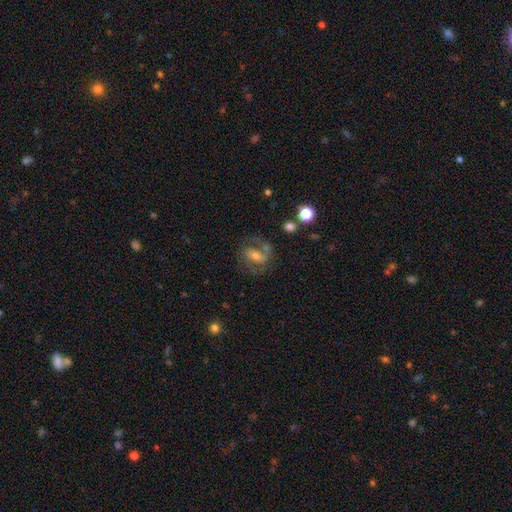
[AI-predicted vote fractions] Smooth or featured? Predicted: featured or disk (p=0.73). Edge-on disk? Predicted: no (p=0.96). Bar? Predicted: weak (p=0.42). Spiral arms? Predicted: yes (p=0.89). Spiral winding? Predicted: medium (p=0.55). Spiral arm count? Predicted: 2 (p=0.83). Bulge size? Predicted: moderate (p=0.53). Merging? Predicted: none (p=0.66).